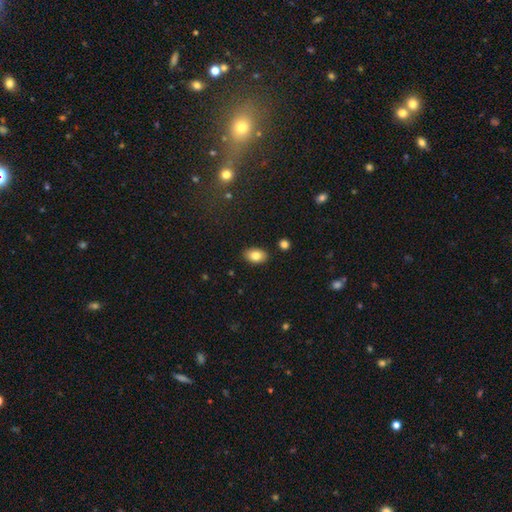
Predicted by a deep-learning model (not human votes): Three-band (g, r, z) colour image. It shows a smooth galaxy with no disk features (81%) that is in between round and cigar-shaped (86%). Merging: none (88%).